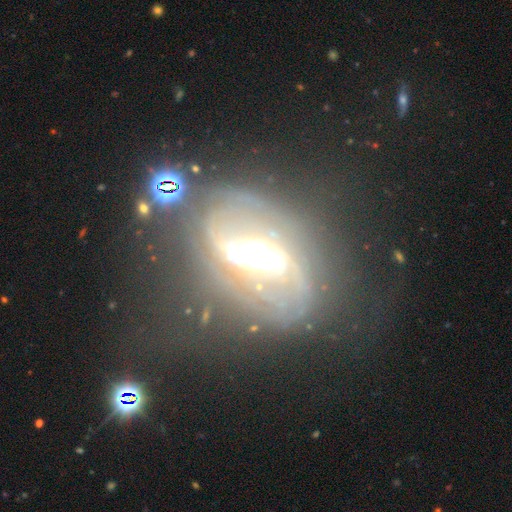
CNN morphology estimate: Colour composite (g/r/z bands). It shows a featured or disk galaxy (82%) with a strong bar (48%), 2 (77%) medium (41%) spiral arms (82%) and a large central bulge (41%). Merging: none (55%).